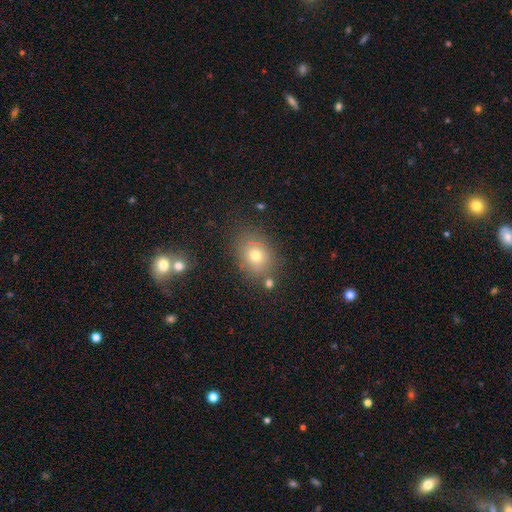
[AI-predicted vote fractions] smooth 70%, featured or disk 16%, star or artifact 14%. Down the decision tree: how rounded — in between (56%); merging — none (76%).